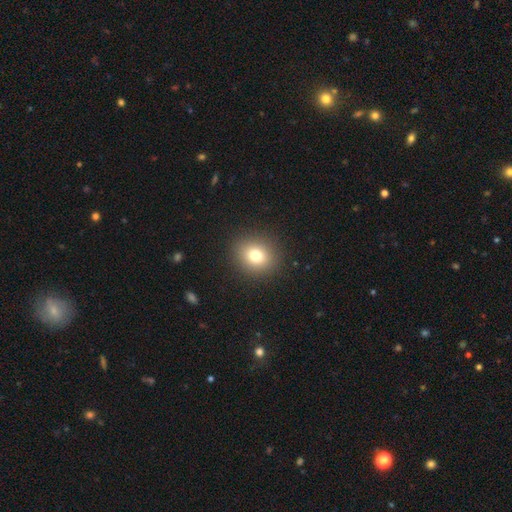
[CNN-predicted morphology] Smooth or featured: smooth — 77% (star or artifact — 13%)
How rounded: round — 78% (in between — 21%)
Merging: none — 90% (minor disturbance — 6%)